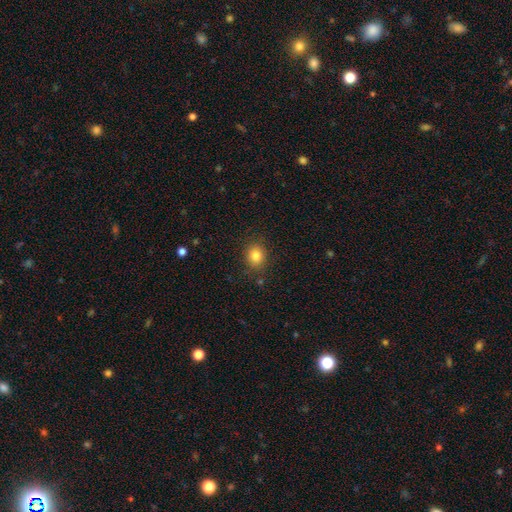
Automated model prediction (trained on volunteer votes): Smooth or featured? Predicted: smooth (p=0.82). How rounded? Predicted: round (p=0.70). Merging? Predicted: none (p=0.87).